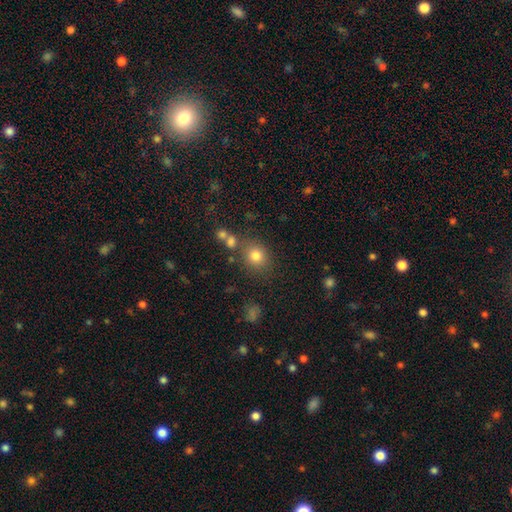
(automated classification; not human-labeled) A smooth galaxy with no disk features (78%) that is round (78%).

Vote fractions:
- Smooth or featured? smooth: 78% / star or artifact: 14% / featured or disk: 8%
- How rounded? round: 78% / in between: 21% / cigar-shaped: 1%
- Merging? none: 74% / merger: 11% / minor disturbance: 11% / major disturbance: 4%